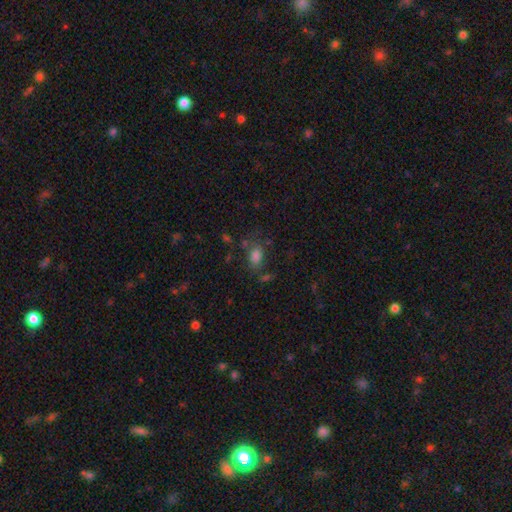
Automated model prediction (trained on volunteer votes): Q: Smooth or featured?
A: smooth (77%); runner-up: star or artifact (13%)
Q: How rounded?
A: in between (85%); runner-up: round (13%)
Q: Merging?
A: none (58%); runner-up: minor disturbance (20%)